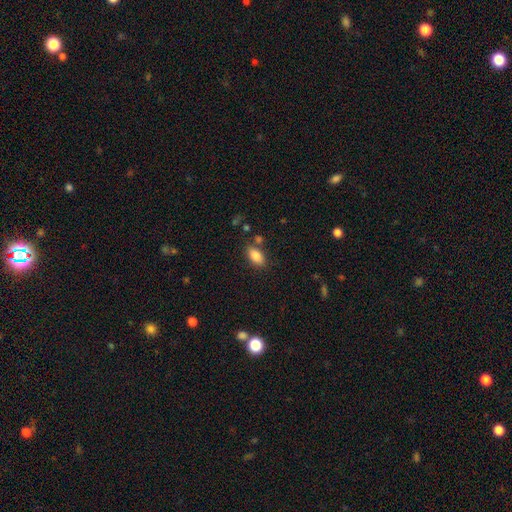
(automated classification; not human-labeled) Smooth or featured? Predicted: smooth (p=0.85). How rounded? Predicted: in between (p=0.91). Merging? Predicted: none (p=0.77).